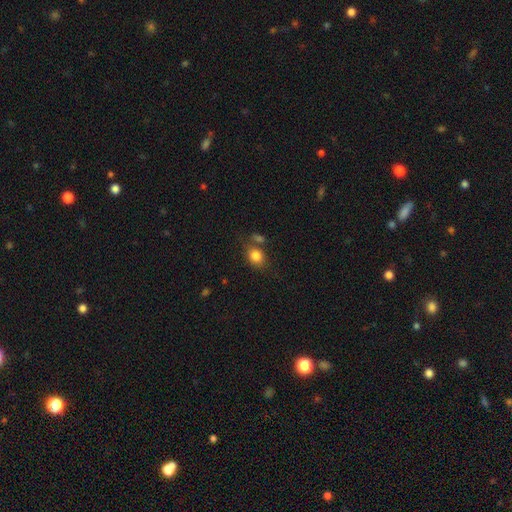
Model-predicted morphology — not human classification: smooth_or_featured: smooth (p=0.83) [alt: star or artifact p=0.10]
how_rounded: round (p=0.51) [alt: in between p=0.48]
merging: none (p=0.60) [alt: merger p=0.18]